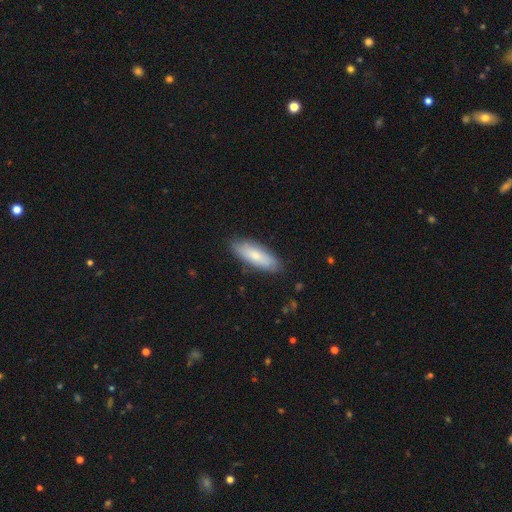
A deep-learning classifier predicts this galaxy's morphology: Smooth or featured: smooth — 73% (featured or disk — 21%)
How rounded: in between — 59% (cigar-shaped — 39%)
Merging: none — 84% (minor disturbance — 12%)